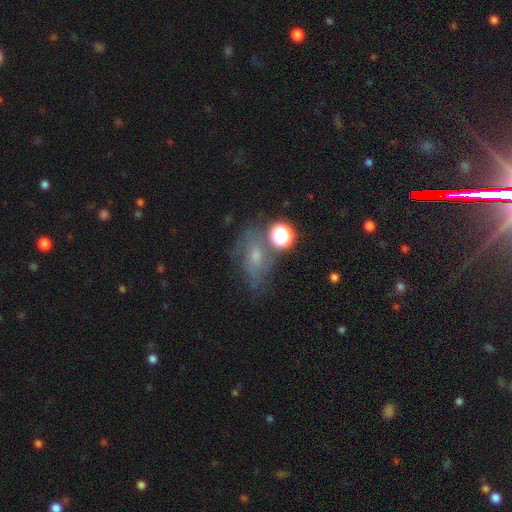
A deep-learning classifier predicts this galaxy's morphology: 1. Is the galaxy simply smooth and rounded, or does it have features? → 34% smooth, 33% star or artifact, 32% featured or disk.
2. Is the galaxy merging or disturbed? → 55% none, 20% minor disturbance, 13% major disturbance, 11% merger.